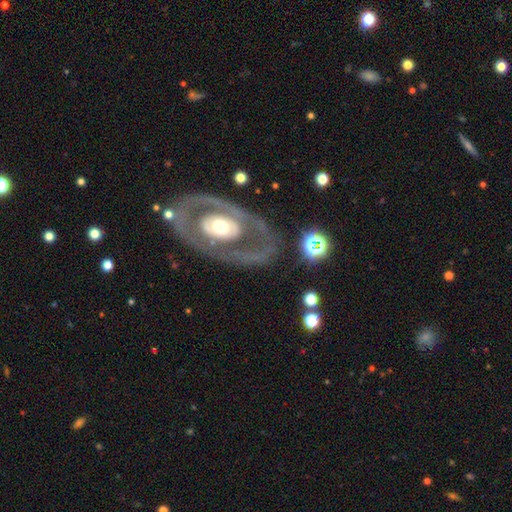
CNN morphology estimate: A featured or disk galaxy (77%) with no bar (76%), no spiral arms (62%) and a moderate central bulge (58%). Merging: none (75%).